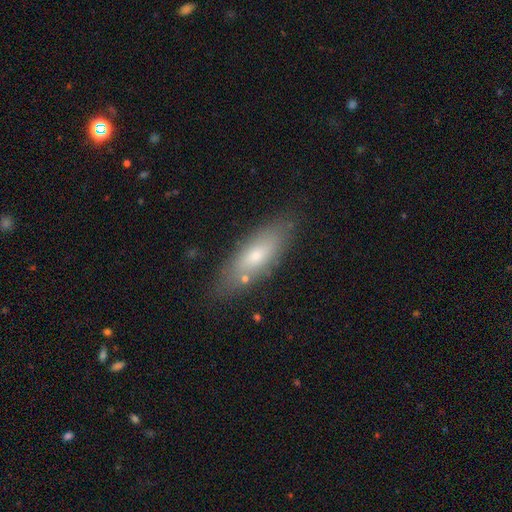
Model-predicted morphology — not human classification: Overall: smooth (67%). How rounded: in between (60%; cigar-shaped 37%). Merging: none (81%).